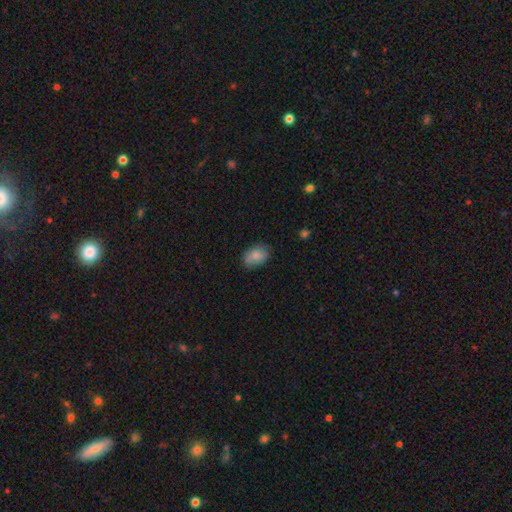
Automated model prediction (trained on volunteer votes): Morphology: type=smooth (83%); roundness=in between (86%); merging=none (78%).